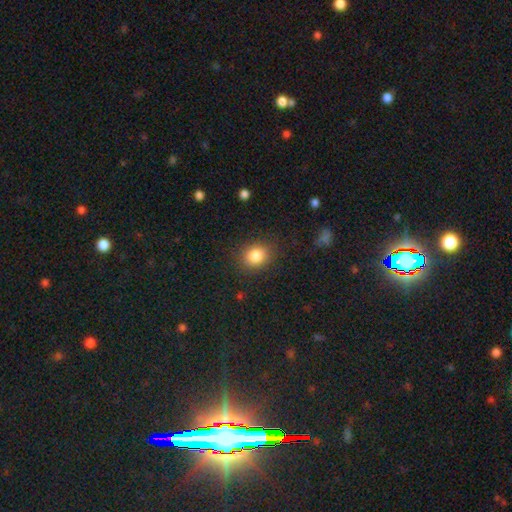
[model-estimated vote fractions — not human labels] A smooth galaxy with no disk features (84%) that is round (62%).

Vote fractions:
- Smooth or featured? smooth: 84% / star or artifact: 10% / featured or disk: 6%
- How rounded? round: 62% / in between: 37% / cigar-shaped: 1%
- Merging? none: 85% / minor disturbance: 10% / major disturbance: 4% / merger: 1%